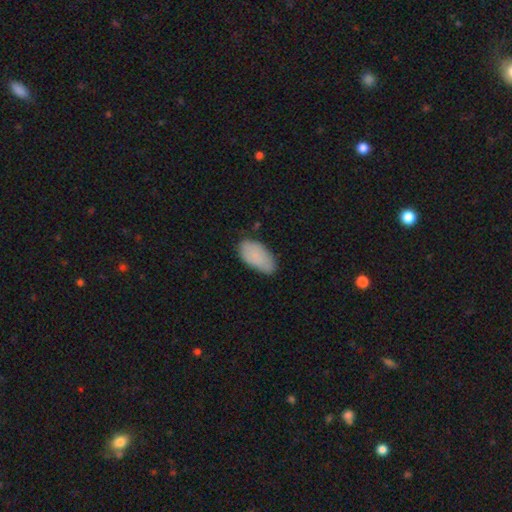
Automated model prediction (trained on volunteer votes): Smooth or featured? Predicted: smooth (p=0.85). How rounded? Predicted: in between (p=0.94). Merging? Predicted: none (p=0.72).